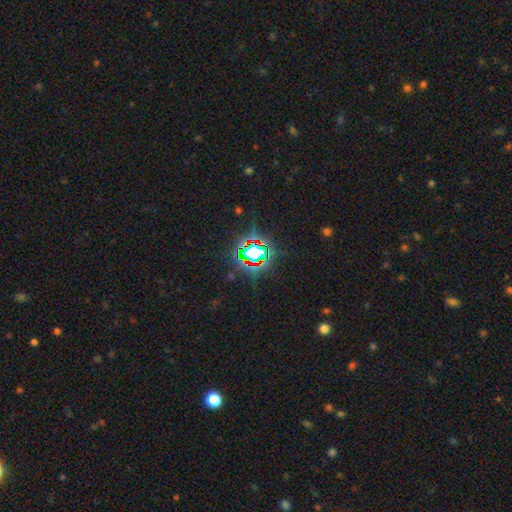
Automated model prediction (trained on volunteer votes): This appears to be a star or artifact, not a galaxy (79%).